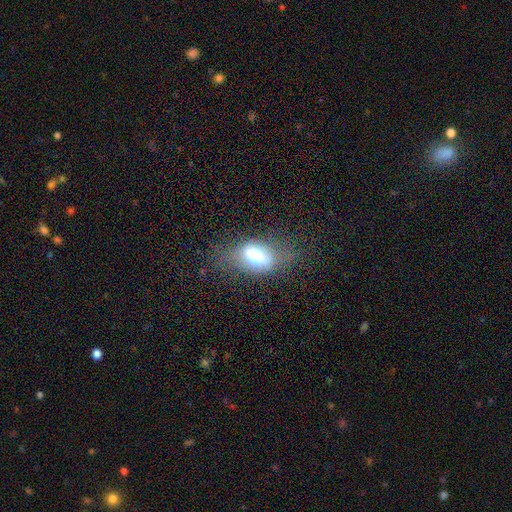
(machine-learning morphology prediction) type=smooth (50%); roundness=in between (78%); merging=none (56%).